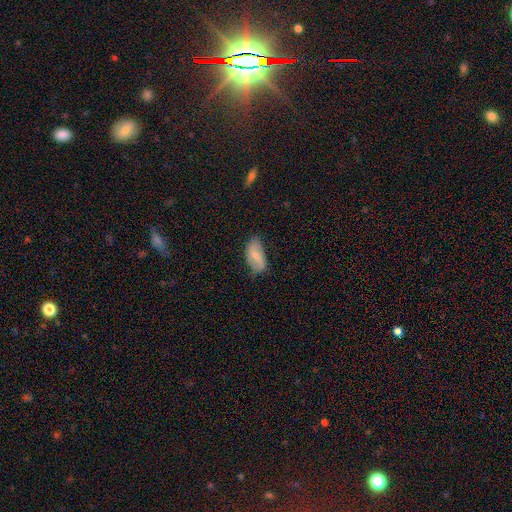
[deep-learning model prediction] This is likely a smooth galaxy (64%). How rounded: clearly in between (93%). Merging: likely none (68%).